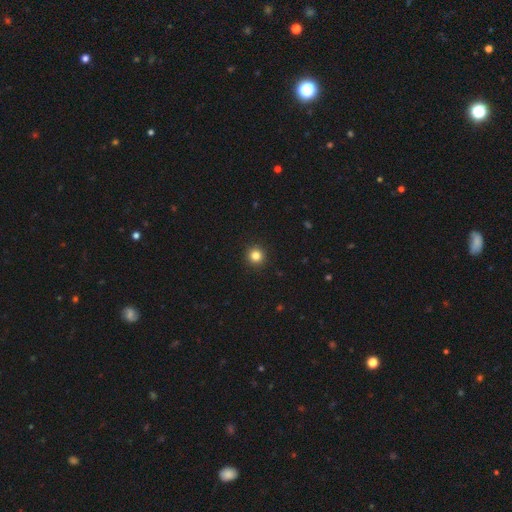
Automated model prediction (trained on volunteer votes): A smooth galaxy with no disk features (84%) that is round (95%). Merging: none (93%).